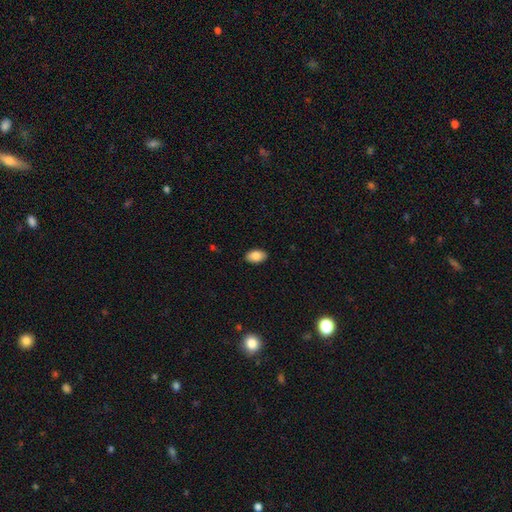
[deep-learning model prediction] A smooth galaxy with no disk features (86%) that is in between round and cigar-shaped (92%). Merging: none (89%).